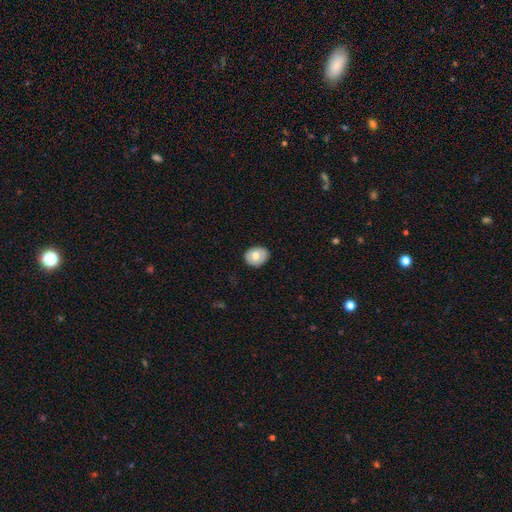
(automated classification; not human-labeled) Overall: smooth (66%; featured or disk 27%). How rounded: in between (51%; round 48%). Merging: none (84%).